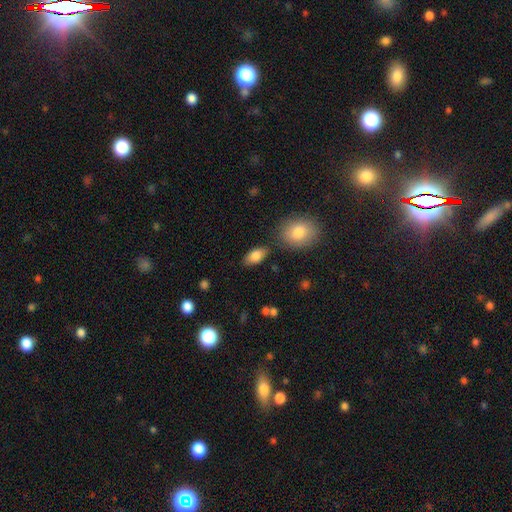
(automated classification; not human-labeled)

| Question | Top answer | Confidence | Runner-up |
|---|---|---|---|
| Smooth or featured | smooth | 83% | featured or disk (10%) |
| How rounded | in between | 92% | round (5%) |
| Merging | none | 80% | minor disturbance (12%) |